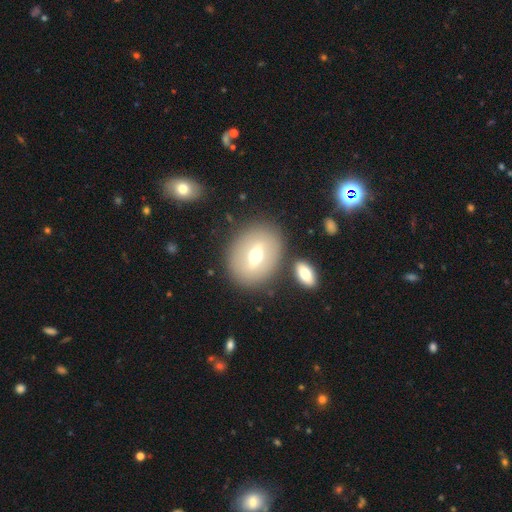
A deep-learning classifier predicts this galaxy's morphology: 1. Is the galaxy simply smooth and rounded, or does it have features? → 47% featured or disk, 45% smooth, 8% star or artifact.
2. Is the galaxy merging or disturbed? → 78% none, 10% minor disturbance, 8% merger, 4% major disturbance.